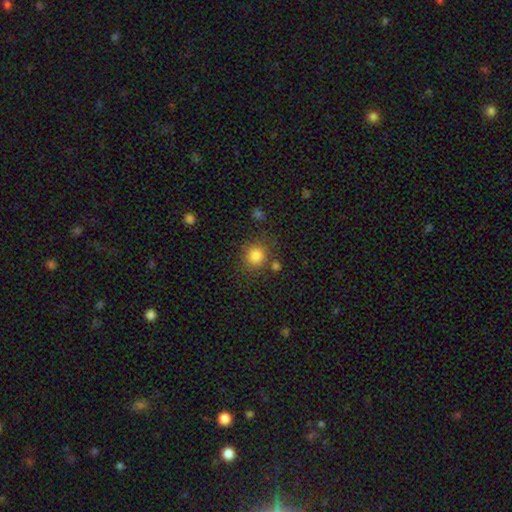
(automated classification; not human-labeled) The model was most divided on "merging": none: 76%, minor disturbance: 11%, merger: 8%, major disturbance: 5%. More confident: how rounded — round (87%); smooth or featured — smooth (84%).